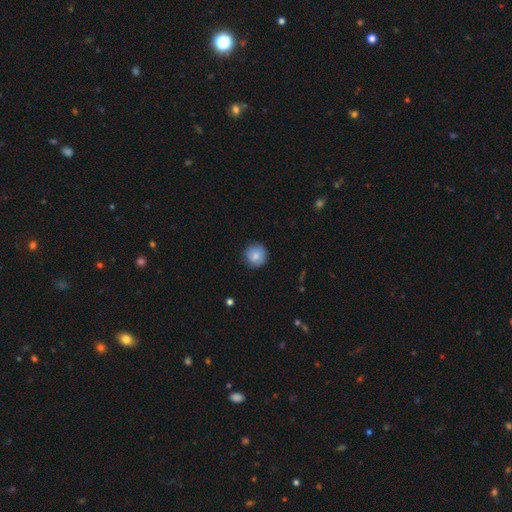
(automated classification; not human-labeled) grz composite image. It shows a smooth galaxy with no disk features (81%) that is round (94%). Merging: none (84%).